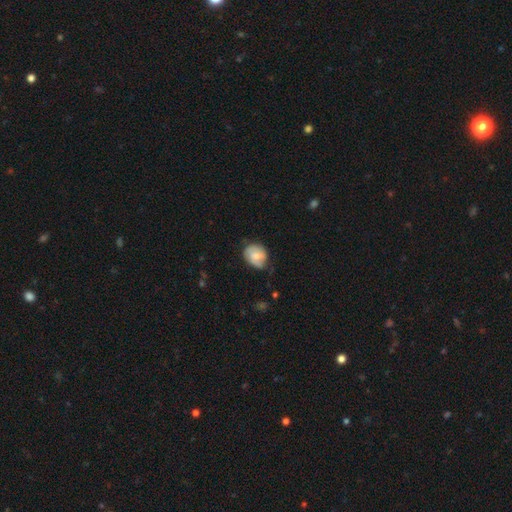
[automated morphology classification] Smooth or featured?
  - smooth: 57% *
  - featured or disk: 37%
  - star or artifact: 7%
How rounded?
  - round: 53% *
  - in between: 46%
  - cigar-shaped: 1%
Merging?
  - none: 56% *
  - minor disturbance: 34%
  - major disturbance: 9%
  - merger: 2%